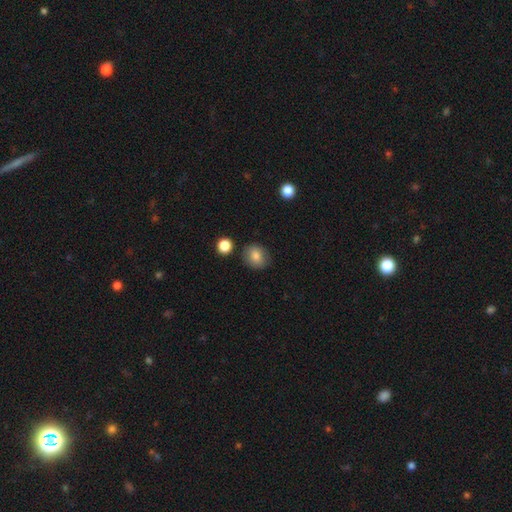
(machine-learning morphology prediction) Smooth or featured: smooth — 84% (star or artifact — 9%)
How rounded: round — 66% (in between — 33%)
Merging: none — 82% (minor disturbance — 12%)